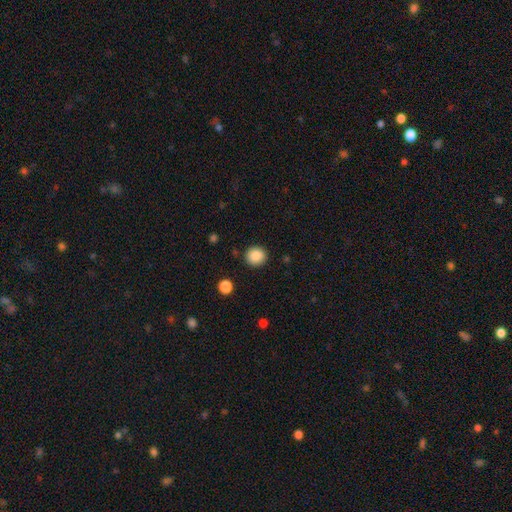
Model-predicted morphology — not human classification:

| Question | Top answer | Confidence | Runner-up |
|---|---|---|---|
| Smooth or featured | smooth | 88% | star or artifact (9%) |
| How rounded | round | 89% | in between (10%) |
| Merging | none | 90% | minor disturbance (6%) |